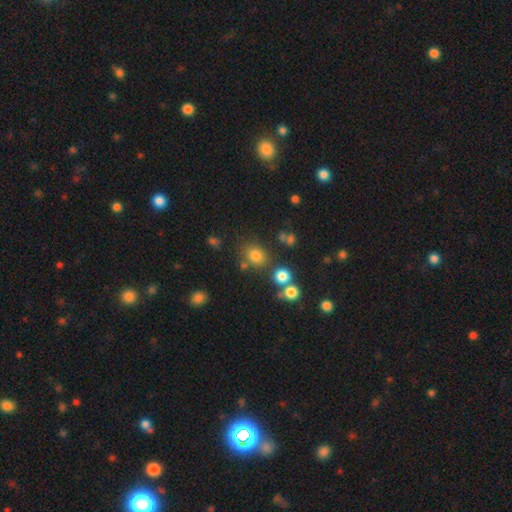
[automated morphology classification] smooth 77%, star or artifact 16%, featured or disk 8%. Down the decision tree: how rounded — round (64%); merging — none (71%).